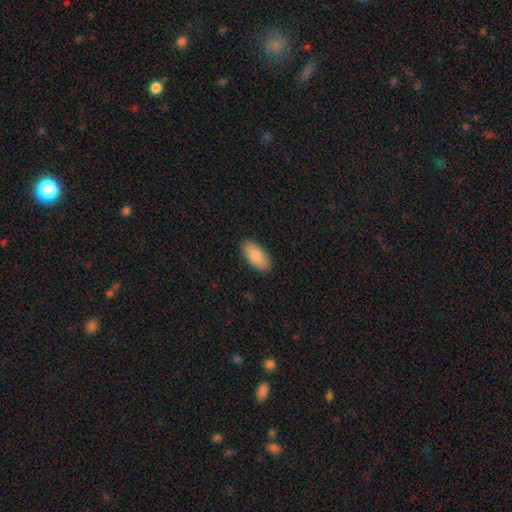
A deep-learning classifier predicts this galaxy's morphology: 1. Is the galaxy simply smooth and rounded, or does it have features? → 86% smooth, 8% featured or disk, 6% star or artifact.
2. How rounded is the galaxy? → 93% in between, 5% cigar-shaped, 2% round.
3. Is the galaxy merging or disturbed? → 88% none, 9% minor disturbance, 2% major disturbance, 1% merger.